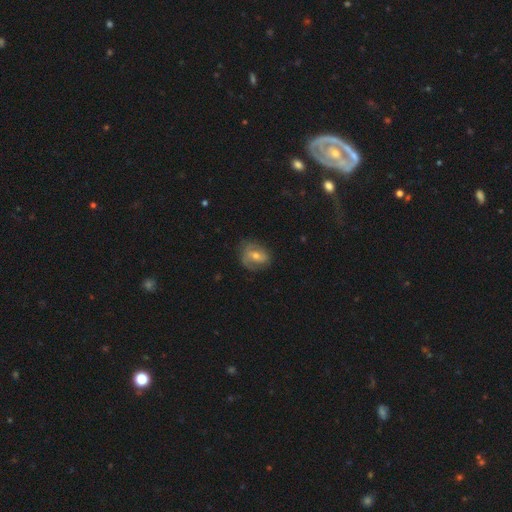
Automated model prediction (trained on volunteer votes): Morphology: type=featured or disk (64%); edge-on=no (96%); bar=weak (42%); spiral arms=yes (79%); bulge=moderate (61%); merging=none (64%).